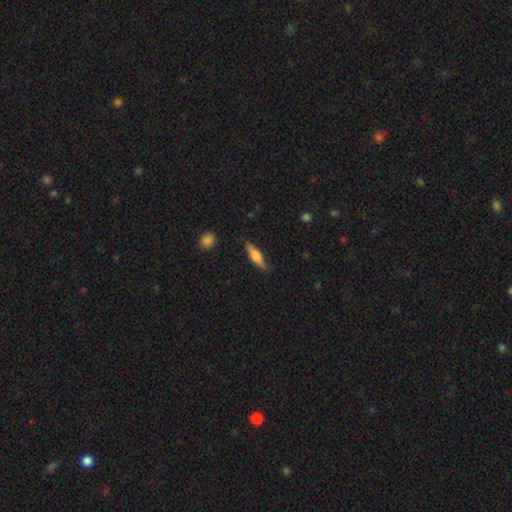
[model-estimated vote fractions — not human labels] A smooth galaxy with no disk features (54%) that is cigar-shaped (61%). Merging: none (81%).